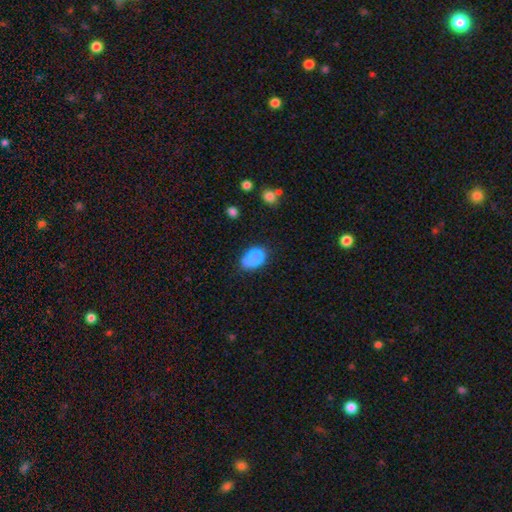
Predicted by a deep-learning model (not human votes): This appears to be a smooth galaxy with no disk features (75%) that is in between round and cigar-shaped (76%). Merging: none (36%).